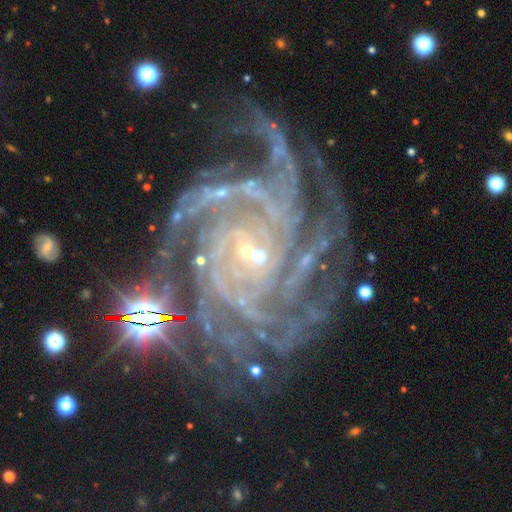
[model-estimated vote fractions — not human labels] smooth_or_featured: featured or disk (p=0.90) [alt: star or artifact p=0.07]
disk_edge_on: no (p=0.98) [alt: yes p=0.02]
bar: no (p=0.58) [alt: weak p=0.27]
has_spiral_arms: yes (p=0.99) [alt: no p=0.01]
spiral_winding: tight (p=0.69) [alt: medium p=0.27]
spiral_arm_count: more than 4 (p=0.26) [tied with: 4 p=0.26]
bulge_size: small (p=0.85) [alt: moderate p=0.08]
merging: none (p=0.63) [alt: minor disturbance p=0.19]